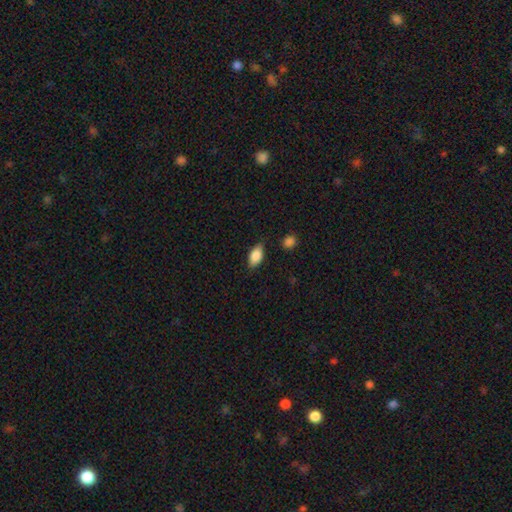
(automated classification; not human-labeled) smooth_or_featured: smooth (p=0.86) [alt: featured or disk p=0.08]
how_rounded: in between (p=0.90) [alt: cigar-shaped p=0.05]
merging: none (p=0.78) [alt: minor disturbance p=0.17]